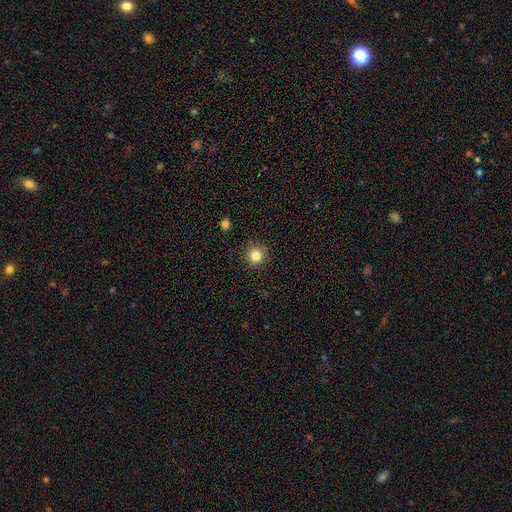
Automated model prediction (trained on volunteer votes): The model was most divided on "smooth or featured": smooth: 83%, star or artifact: 12%, featured or disk: 5%. More confident: how rounded — round (93%); merging — none (89%).